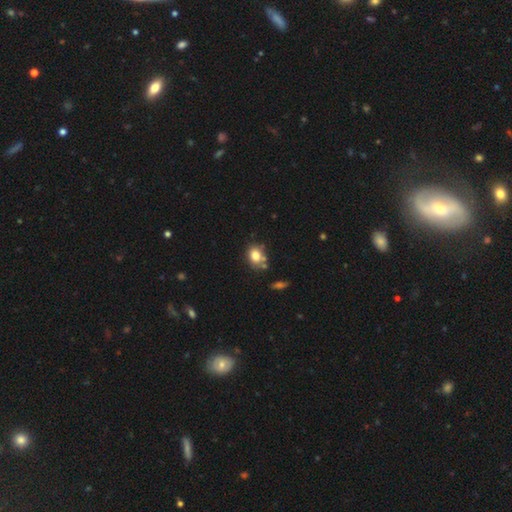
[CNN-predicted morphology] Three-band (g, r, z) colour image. It shows a smooth galaxy with no disk features (78%) that is round (50%). Merging: none (59%).